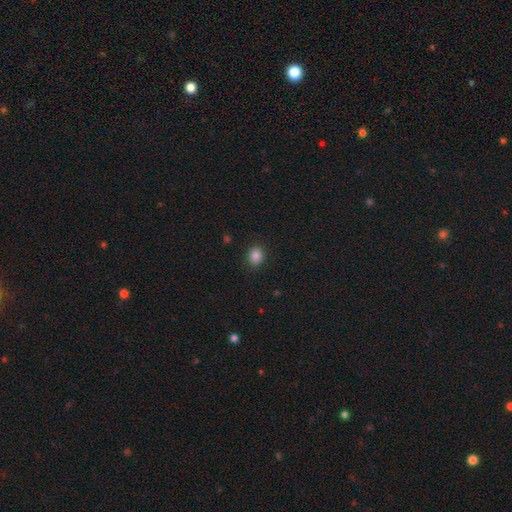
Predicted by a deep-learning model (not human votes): A smooth galaxy with no disk features (85%) that is round (66%).

Vote fractions:
- Smooth or featured? smooth: 85% / star or artifact: 11% / featured or disk: 4%
- How rounded? round: 66% / in between: 33% / cigar-shaped: 1%
- Merging? none: 90% / minor disturbance: 7% / major disturbance: 2% / merger: 1%